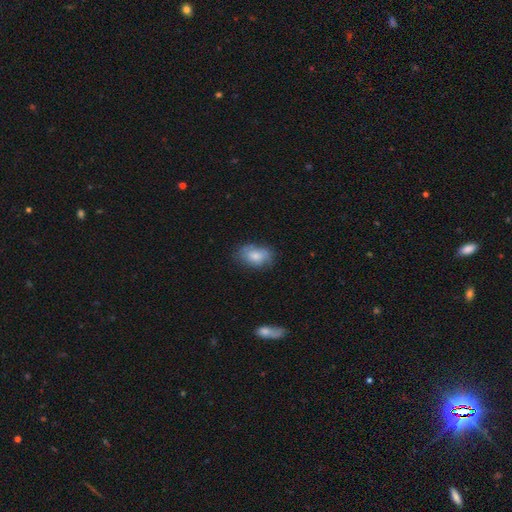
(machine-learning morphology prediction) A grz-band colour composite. It shows a smooth galaxy with no disk features (74%) that is in between round and cigar-shaped (86%). Merging: none (65%).